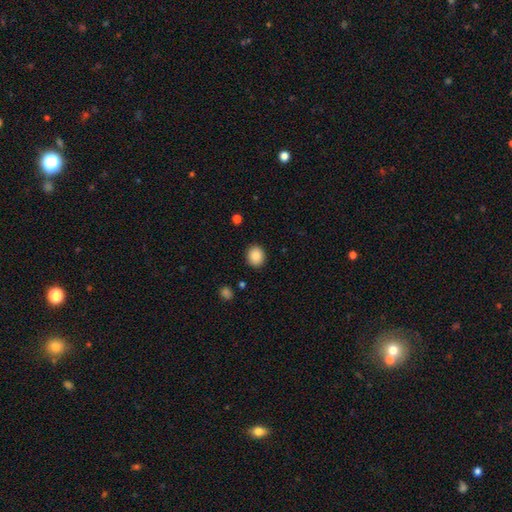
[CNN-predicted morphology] This is clearly a smooth galaxy (88%). How rounded: likely round (73%). Merging: clearly none (89%).